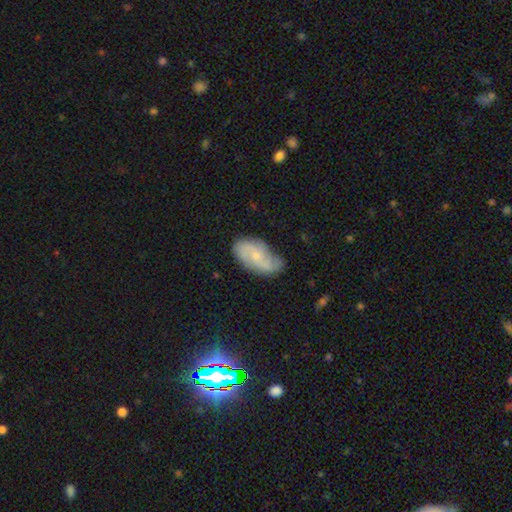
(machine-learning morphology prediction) Q: Smooth or featured?
A: featured or disk (64%); runner-up: smooth (29%)
Q: Edge-on disk?
A: no (95%); runner-up: yes (5%)
Q: Bar?
A: no (65%); runner-up: weak (30%)
Q: Spiral arms?
A: yes (90%); runner-up: no (10%)
Q: Spiral winding?
A: medium (43%); runner-up: tight (30%)
Q: Spiral arm count?
A: 2 (54%); runner-up: can't tell (22%)
Q: Bulge size?
A: small (66%); runner-up: moderate (25%)
Q: Merging?
A: none (63%); runner-up: minor disturbance (27%)